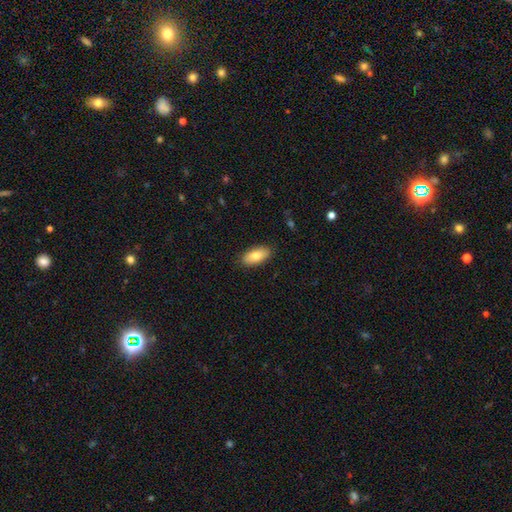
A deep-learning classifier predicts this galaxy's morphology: This appears to be a smooth galaxy with no disk features (80%) that is in between round and cigar-shaped (89%). Merging: none (88%).